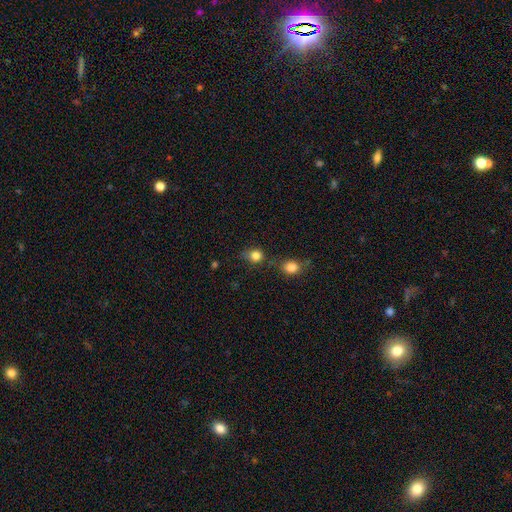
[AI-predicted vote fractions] A smooth galaxy with no disk features (82%) that is round (75%). Merging: none (65%).